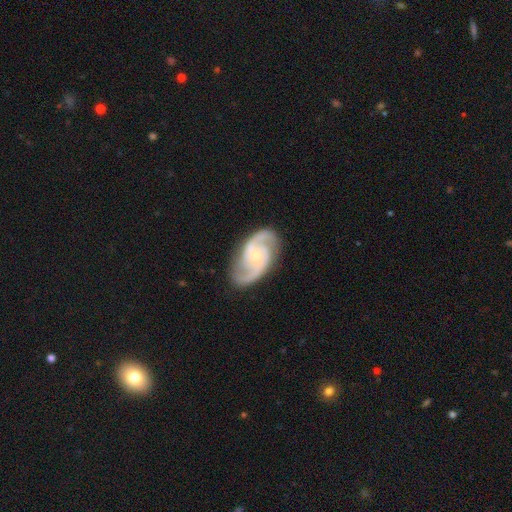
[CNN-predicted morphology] smooth-or-featured: featured or disk: 91% | smooth: 5% | star or artifact: 4%
  disk-edge-on: no: 97% | yes: 3%
    bar: no: 58% | weak: 34% | strong: 8%
    has-spiral-arms: yes: 98% | no: 2%
      spiral-winding: medium: 57% | tight: 30% | loose: 13%
      spiral-arm-count: 2: 89% | 3: 5% | can't tell: 3% | 1: 1% | 4: 1% | more than 4: 1%
    bulge-size: small: 67% | moderate: 29% | none: 2% | large: 1% | dominant: 1%
  merging: none: 82% | minor disturbance: 13% | major disturbance: 4% | merger: 1%